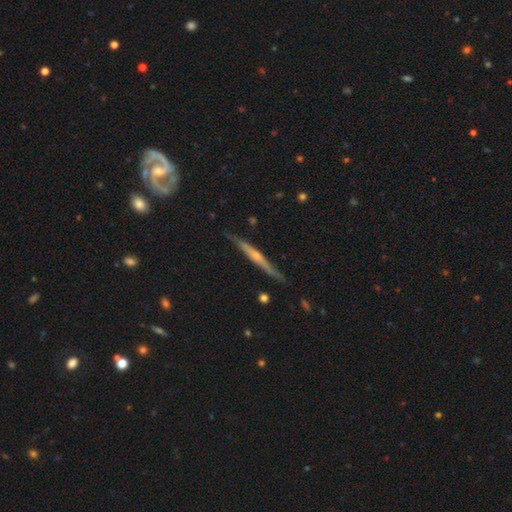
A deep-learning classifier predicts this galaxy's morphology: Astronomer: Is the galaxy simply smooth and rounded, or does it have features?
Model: featured or disk — 70%.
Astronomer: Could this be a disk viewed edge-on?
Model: yes — 96%.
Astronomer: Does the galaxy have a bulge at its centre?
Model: rounded — 60%.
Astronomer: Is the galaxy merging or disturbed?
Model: none — 81%.